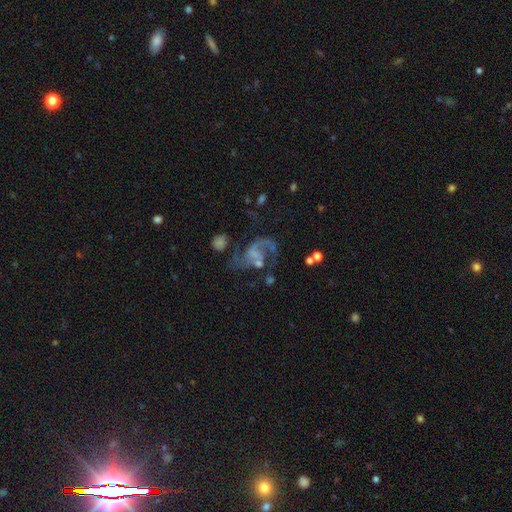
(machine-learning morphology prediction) type=featured or disk (80%); edge-on=no (98%); bar=no (48%); spiral arms=yes (91%); winding=loose (47%); arm count=2 (73%); bulge=none (46%); merging=none (38%).